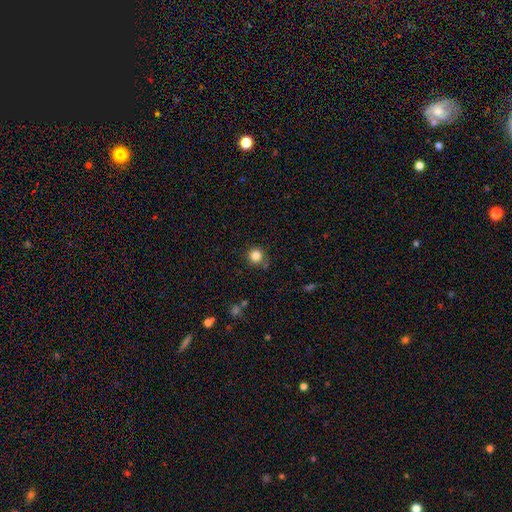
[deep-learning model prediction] This is clearly a smooth galaxy (84%). How rounded: clearly round (94%). Merging: clearly none (84%).